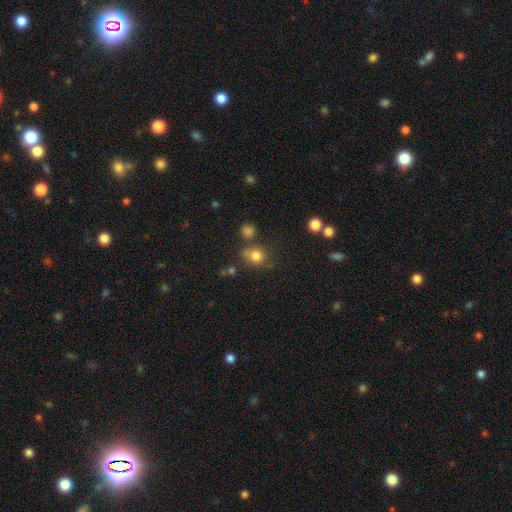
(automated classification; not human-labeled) smooth_or_featured: smooth (p=0.79) [alt: star or artifact p=0.13]
how_rounded: round (p=0.73) [alt: in between p=0.26]
merging: none (p=0.64) [alt: minor disturbance p=0.17]